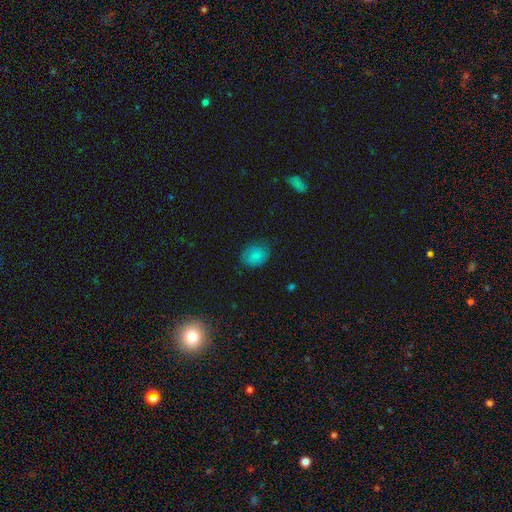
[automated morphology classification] Overall: smooth (80%). How rounded: round (51%; in between 48%). Merging: none (73%).